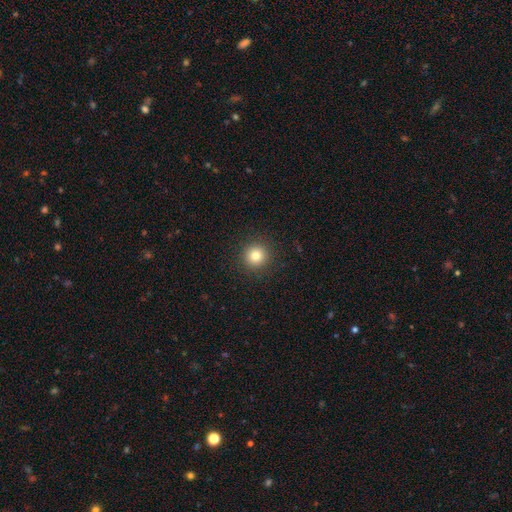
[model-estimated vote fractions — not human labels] smooth_or_featured: smooth (p=0.81) [alt: star or artifact p=0.13]
how_rounded: round (p=0.94) [alt: in between p=0.05]
merging: none (p=0.92) [alt: minor disturbance p=0.05]